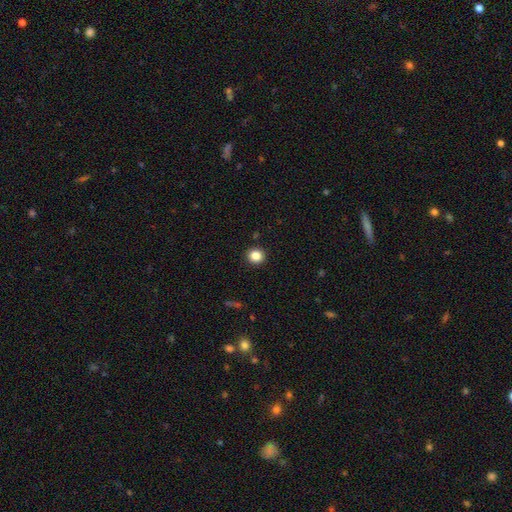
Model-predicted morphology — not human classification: Q: Smooth or featured?
A: smooth (85%); runner-up: star or artifact (11%)
Q: How rounded?
A: round (91%); runner-up: in between (9%)
Q: Merging?
A: none (93%); runner-up: minor disturbance (5%)